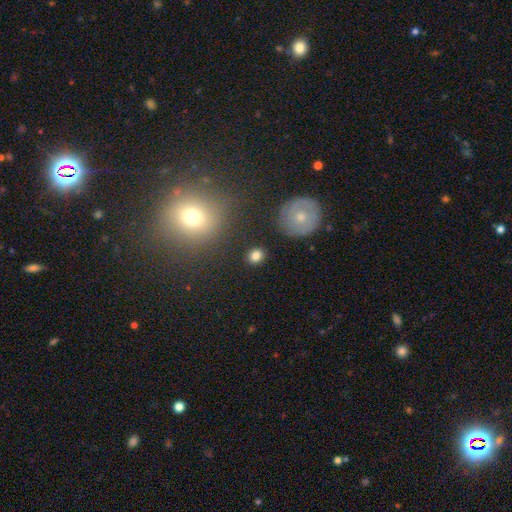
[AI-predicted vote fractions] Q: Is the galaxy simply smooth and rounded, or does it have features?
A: smooth — 83%.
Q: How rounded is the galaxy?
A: round — 64%.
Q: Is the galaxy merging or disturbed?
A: none — 87%.